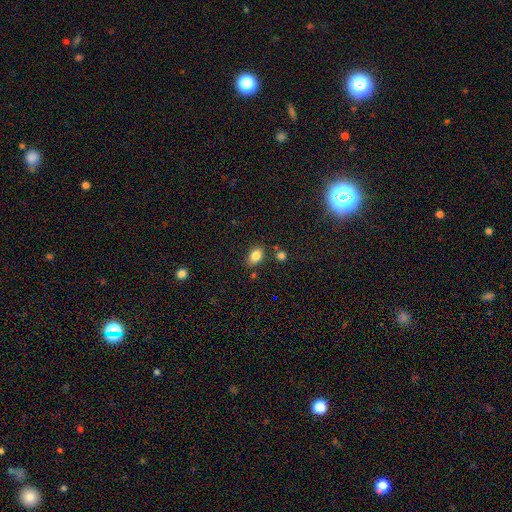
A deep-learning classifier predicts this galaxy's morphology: This appears to be a smooth galaxy with no disk features (83%) that is in between round and cigar-shaped (79%). Merging: none (77%).